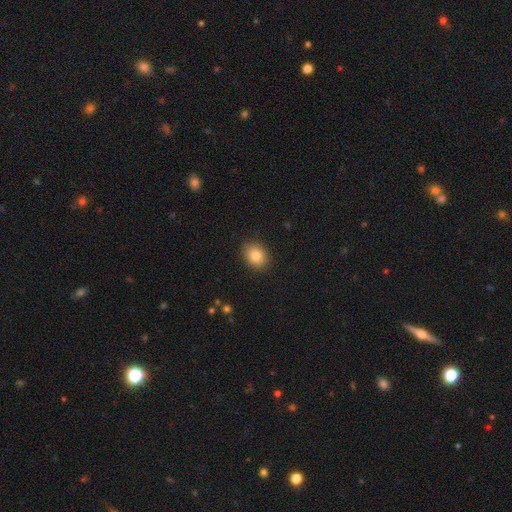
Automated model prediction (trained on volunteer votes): Overall: smooth (83%). How rounded: in between (54%; round 45%). Merging: none (89%).